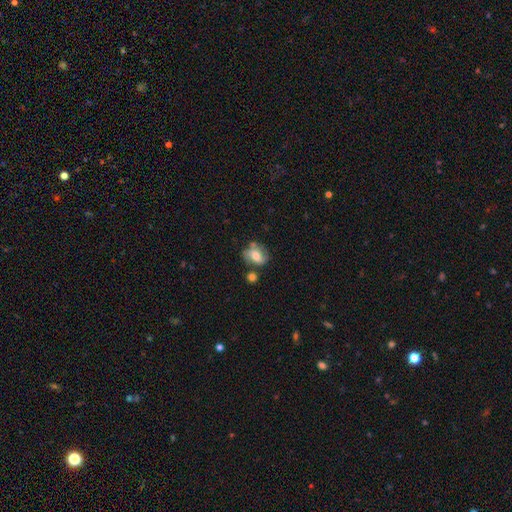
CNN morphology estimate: smooth-or-featured: smooth: 48% | featured or disk: 43% | star or artifact: 9%
  merging: none: 55% | minor disturbance: 23% | merger: 13% | major disturbance: 9%